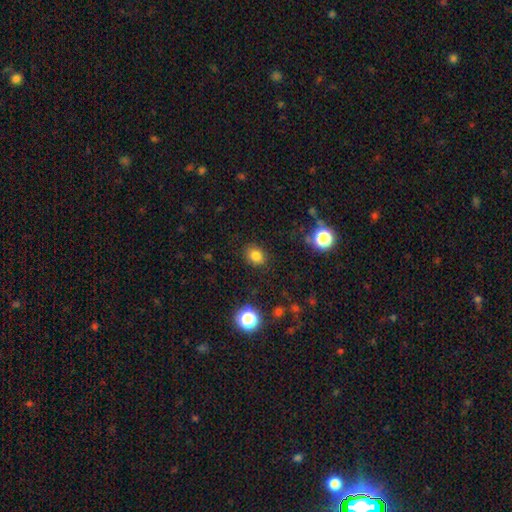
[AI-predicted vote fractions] Q: Smooth or featured?
A: smooth (80%); runner-up: star or artifact (14%)
Q: How rounded?
A: round (60%); runner-up: in between (39%)
Q: Merging?
A: none (87%); runner-up: minor disturbance (9%)